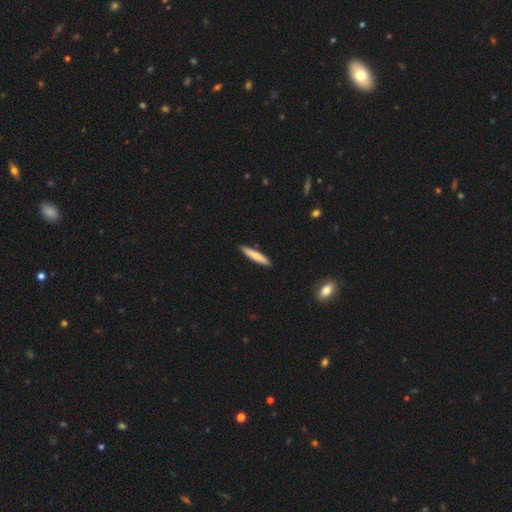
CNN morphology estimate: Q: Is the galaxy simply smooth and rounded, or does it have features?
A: smooth — 74%.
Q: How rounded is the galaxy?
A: cigar-shaped — 91%.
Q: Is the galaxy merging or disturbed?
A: none — 90%.